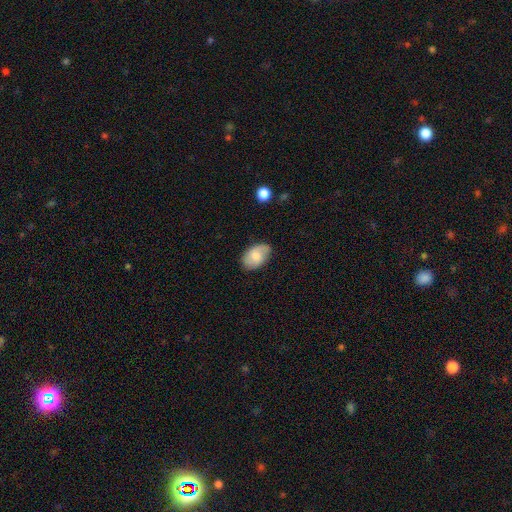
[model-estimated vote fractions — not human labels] Smooth or featured? smooth (72%)
How rounded? in between (90%)
Merging? none (73%)